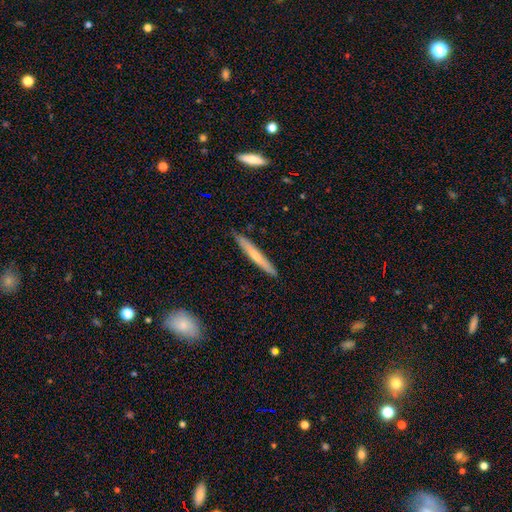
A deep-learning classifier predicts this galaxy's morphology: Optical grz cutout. It shows a smooth galaxy with no disk features (55%) that is cigar-shaped (96%). Merging: none (88%).